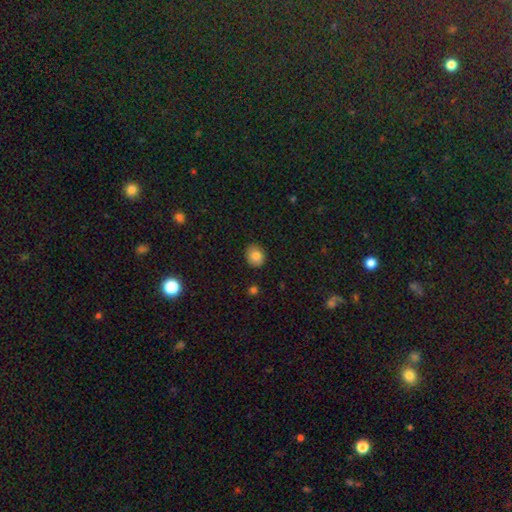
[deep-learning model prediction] Smooth or featured? smooth (80%)
How rounded? round (67%)
Merging? none (87%)